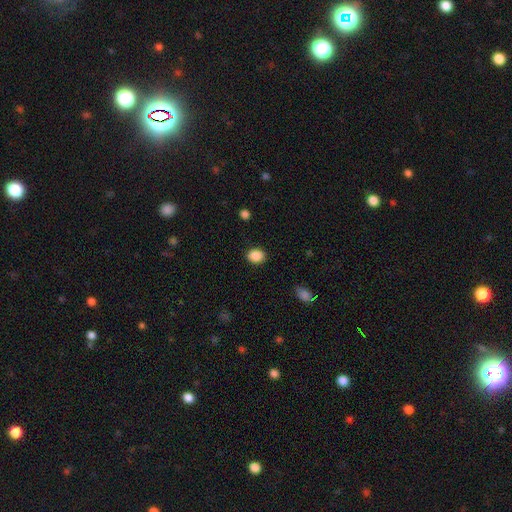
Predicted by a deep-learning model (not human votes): Morphology: type=smooth (88%); roundness=in between (50%); merging=none (88%).